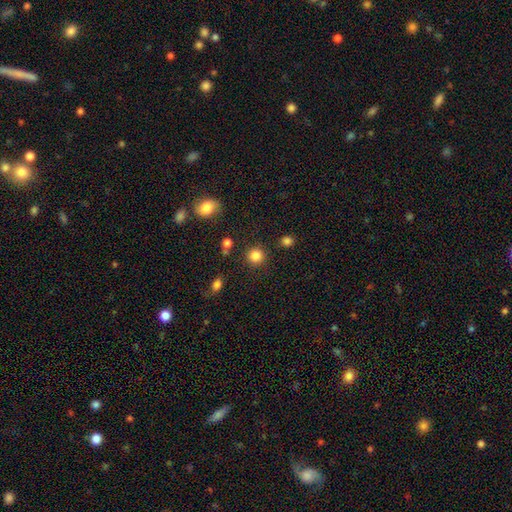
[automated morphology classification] Q: Smooth or featured?
A: smooth (85%); runner-up: star or artifact (11%)
Q: How rounded?
A: round (93%); runner-up: in between (6%)
Q: Merging?
A: none (88%); runner-up: minor disturbance (6%)